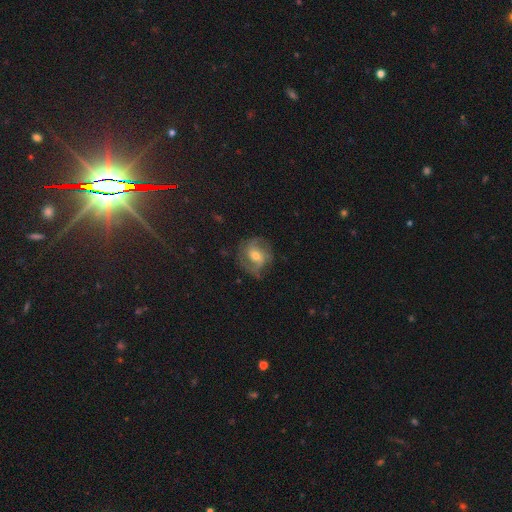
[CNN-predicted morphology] Q: Smooth or featured?
A: featured or disk (71%); runner-up: smooth (21%)
Q: Edge-on disk?
A: no (97%); runner-up: yes (3%)
Q: Bar?
A: no (45%); runner-up: weak (40%)
Q: Spiral arms?
A: yes (89%); runner-up: no (11%)
Q: Spiral winding?
A: medium (46%); runner-up: tight (32%)
Q: Spiral arm count?
A: 2 (55%); runner-up: can't tell (18%)
Q: Bulge size?
A: moderate (59%); runner-up: small (36%)
Q: Merging?
A: none (68%); runner-up: minor disturbance (20%)